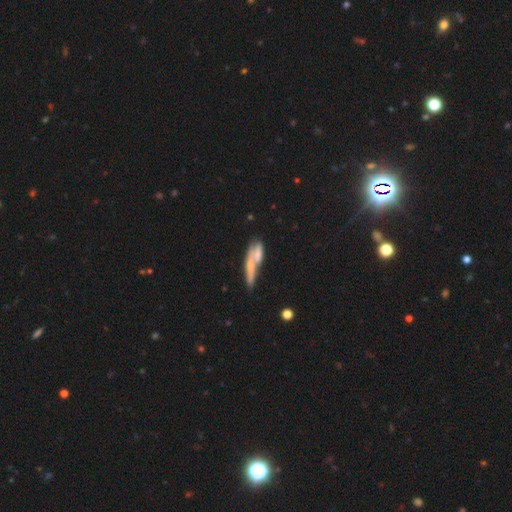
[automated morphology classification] Q: Smooth or featured?
A: smooth (54%); runner-up: featured or disk (38%)
Q: How rounded?
A: cigar-shaped (60%); runner-up: in between (35%)
Q: Merging?
A: merger (52%); runner-up: none (28%)